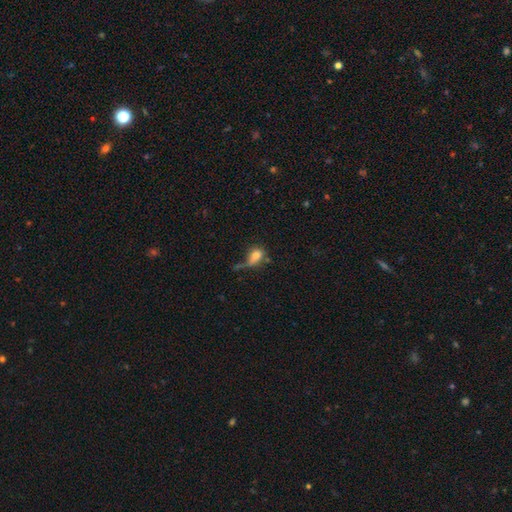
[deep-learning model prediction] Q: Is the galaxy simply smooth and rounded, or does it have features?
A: smooth — 72%.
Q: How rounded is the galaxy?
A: in between — 68%.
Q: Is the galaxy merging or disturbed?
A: major disturbance — 34%.